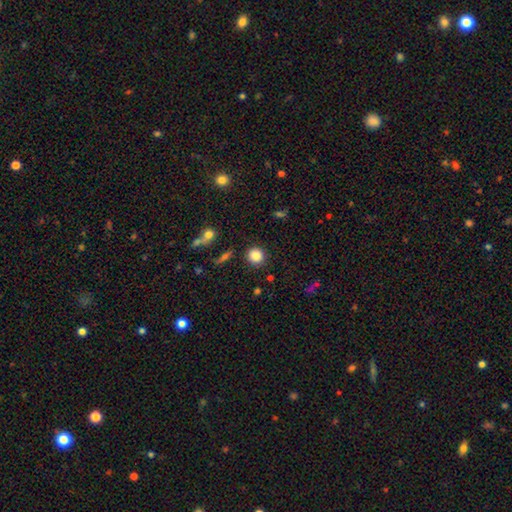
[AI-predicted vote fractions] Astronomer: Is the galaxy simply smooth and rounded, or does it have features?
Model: smooth — 85%.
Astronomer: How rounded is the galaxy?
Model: round — 89%.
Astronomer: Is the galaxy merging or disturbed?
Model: none — 89%.